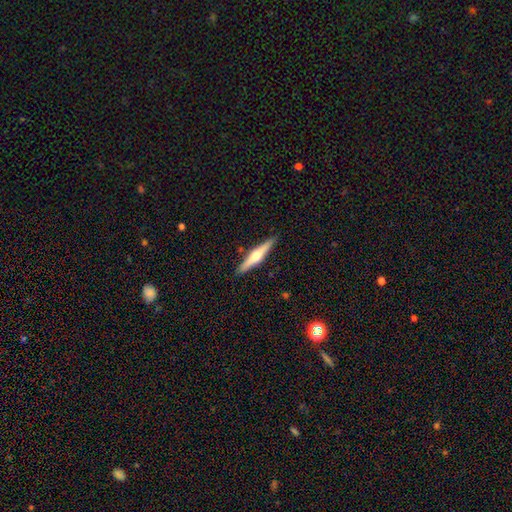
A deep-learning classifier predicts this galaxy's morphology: Smooth or featured: featured or disk — 64% (smooth — 31%)
Edge-on disk: yes — 97% (no — 3%)
Edge-on bulge: rounded — 92% (none — 4%)
Merging: none — 90% (minor disturbance — 7%)